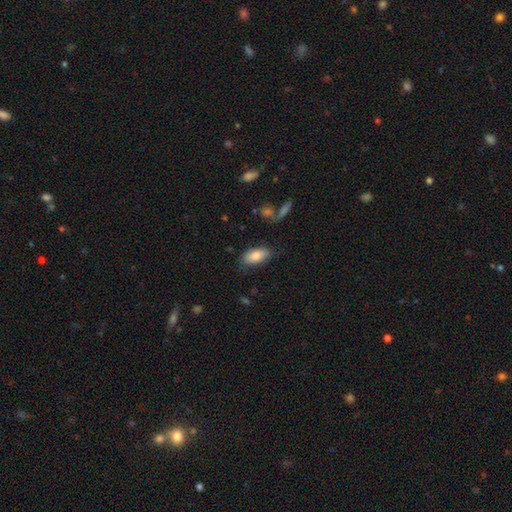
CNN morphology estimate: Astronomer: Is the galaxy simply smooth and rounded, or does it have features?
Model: smooth — 83%.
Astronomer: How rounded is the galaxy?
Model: in between — 91%.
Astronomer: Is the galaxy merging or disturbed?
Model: none — 80%.